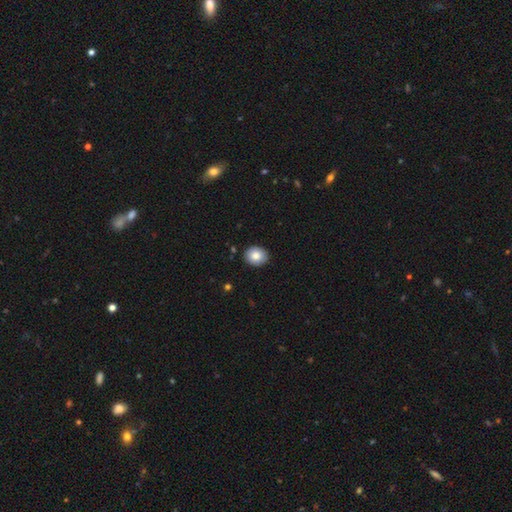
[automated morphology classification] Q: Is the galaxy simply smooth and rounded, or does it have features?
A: smooth — 83%.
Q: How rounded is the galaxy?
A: round — 60%.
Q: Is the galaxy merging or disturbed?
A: none — 90%.